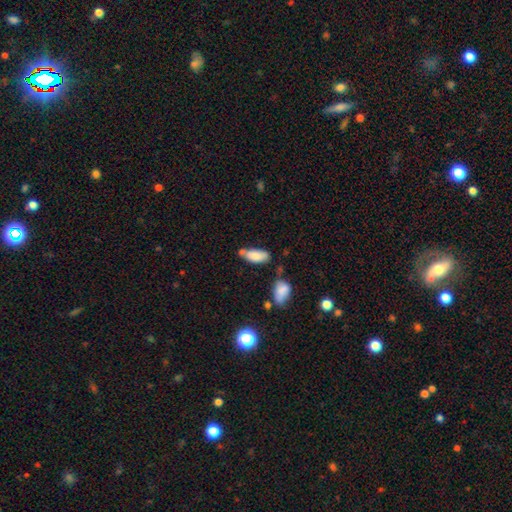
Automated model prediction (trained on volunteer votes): A smooth galaxy with no disk features (82%) that is in between round and cigar-shaped (83%). Merging: none (49%).